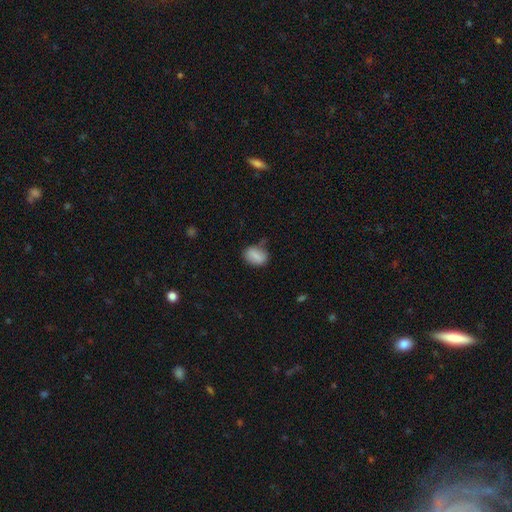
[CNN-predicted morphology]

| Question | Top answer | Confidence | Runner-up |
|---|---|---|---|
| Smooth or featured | smooth | 81% | featured or disk (10%) |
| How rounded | in between | 77% | round (22%) |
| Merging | none | 58% | minor disturbance (29%) |